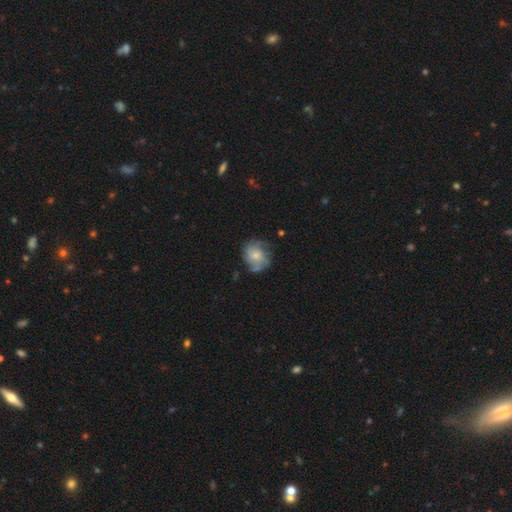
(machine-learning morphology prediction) Smooth or featured? Predicted: featured or disk (p=0.58). Edge-on disk? Predicted: no (p=0.97). Bar? Predicted: no (p=0.77). Spiral arms? Predicted: yes (p=0.83). Bulge size? Predicted: small (p=0.48). Merging? Predicted: none (p=0.63).